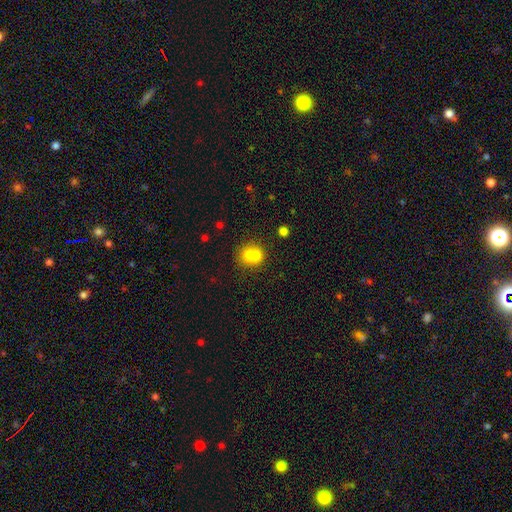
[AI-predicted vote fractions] A smooth galaxy with no disk features (71%) that is round (77%). Merging: merger (59%).